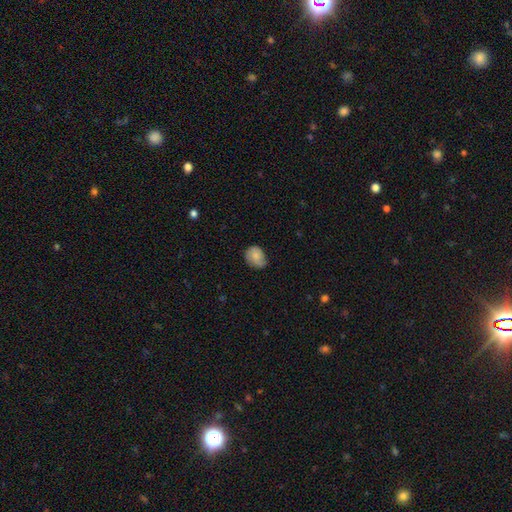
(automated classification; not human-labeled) smooth_or_featured: smooth (p=0.74) [alt: featured or disk p=0.18]
how_rounded: round (p=0.52) [alt: in between p=0.47]
merging: none (p=0.63) [alt: minor disturbance p=0.30]